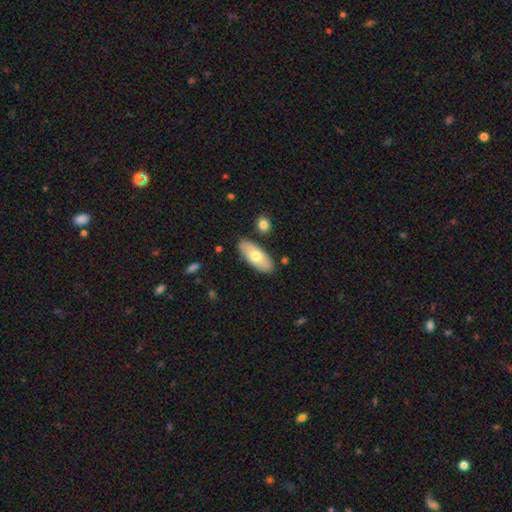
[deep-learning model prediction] Overall: smooth (68%). How rounded: in between (84%). Merging: none (84%).